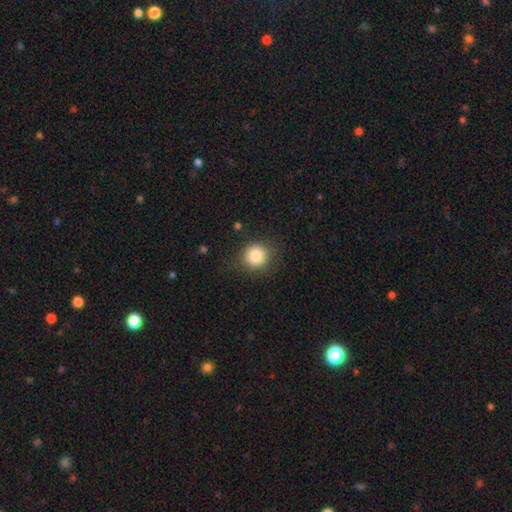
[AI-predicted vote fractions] A smooth galaxy with no disk features (85%) that is round (91%). Merging: none (82%).